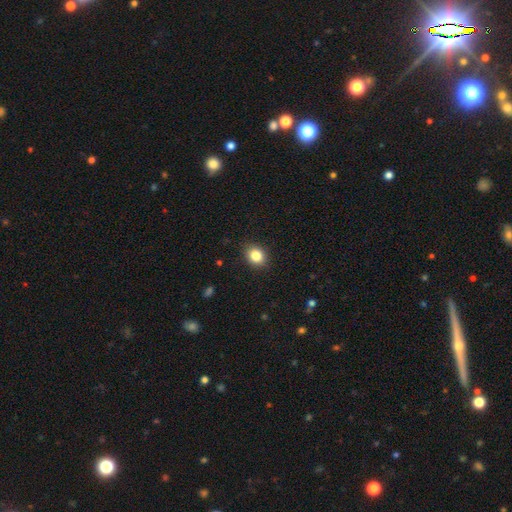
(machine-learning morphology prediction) Smooth or featured: smooth — 84% (star or artifact — 10%)
How rounded: round — 60% (in between — 39%)
Merging: none — 88% (minor disturbance — 9%)